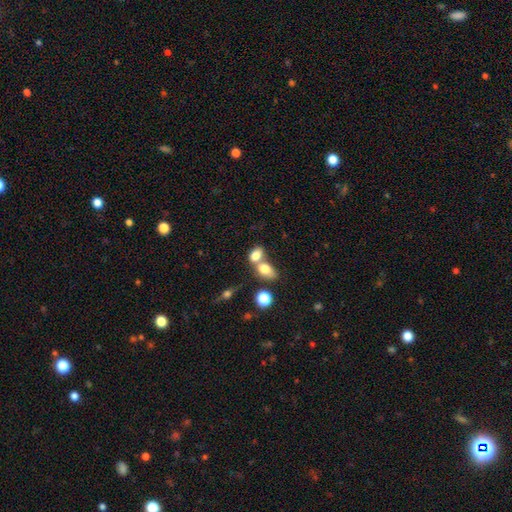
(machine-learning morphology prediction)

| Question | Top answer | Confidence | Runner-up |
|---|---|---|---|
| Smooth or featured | smooth | 77% | featured or disk (14%) |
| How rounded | in between | 81% | round (17%) |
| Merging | merger | 59% | none (29%) |